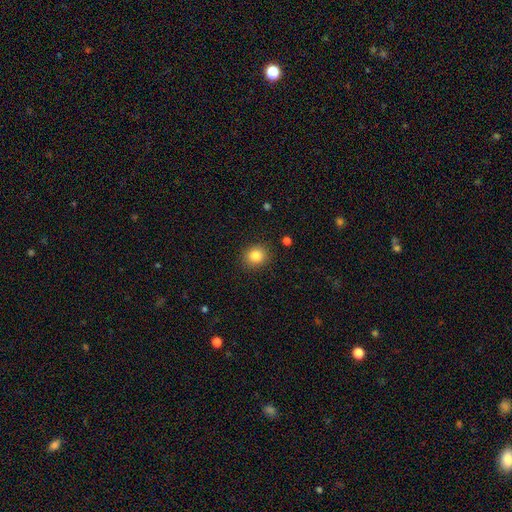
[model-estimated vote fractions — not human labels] Morphology: type=smooth (83%); roundness=round (81%); merging=none (90%).